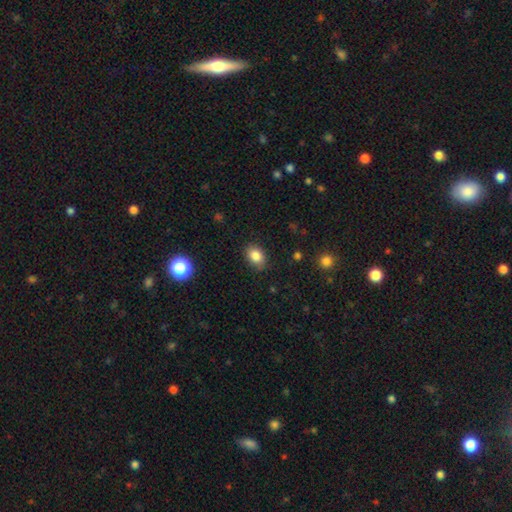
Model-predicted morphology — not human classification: smooth_or_featured: smooth (p=0.84) [alt: star or artifact p=0.10]
how_rounded: in between (p=0.77) [alt: round p=0.22]
merging: none (p=0.85) [alt: minor disturbance p=0.11]